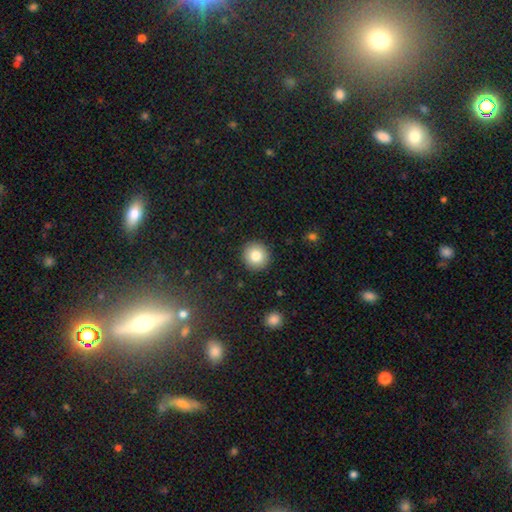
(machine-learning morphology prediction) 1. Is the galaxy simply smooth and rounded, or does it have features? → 81% smooth, 9% star or artifact, 9% featured or disk.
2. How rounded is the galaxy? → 94% round, 6% in between, 1% cigar-shaped.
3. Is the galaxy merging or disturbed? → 91% none, 6% minor disturbance, 2% major disturbance, 1% merger.